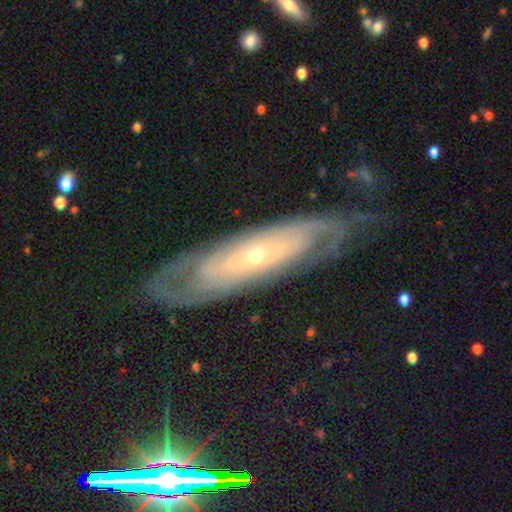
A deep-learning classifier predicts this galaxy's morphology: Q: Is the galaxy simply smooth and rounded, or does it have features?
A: featured or disk — 79%.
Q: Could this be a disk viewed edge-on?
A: no — 77%.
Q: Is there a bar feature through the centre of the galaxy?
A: no — 68%.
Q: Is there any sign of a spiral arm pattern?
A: yes — 85%.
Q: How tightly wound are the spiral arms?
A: tight — 70%.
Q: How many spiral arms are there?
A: can't tell — 55%.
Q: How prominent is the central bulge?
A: small — 74%.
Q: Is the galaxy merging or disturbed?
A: none — 74%.